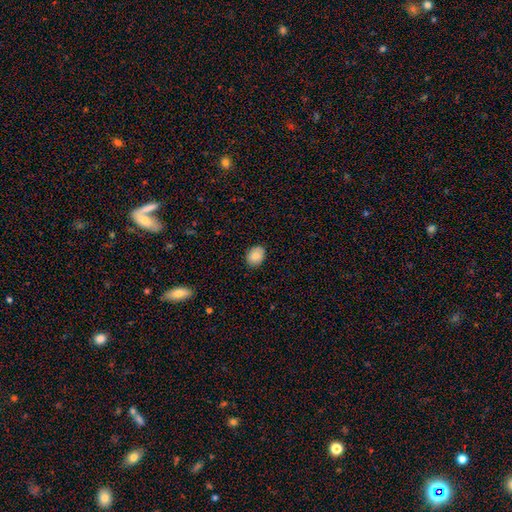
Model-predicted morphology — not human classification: This is clearly a smooth galaxy (86%). How rounded: possibly in between (59%). Merging: clearly none (87%).